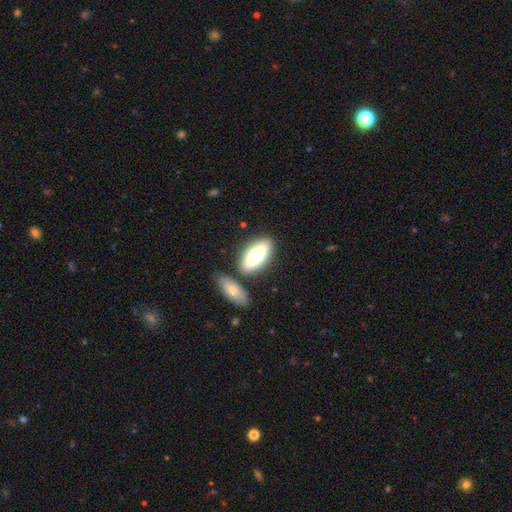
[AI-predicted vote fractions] The model was most divided on "smooth or featured": smooth: 69%, featured or disk: 25%, star or artifact: 6%. More confident: how rounded — in between (77%); merging — none (73%).